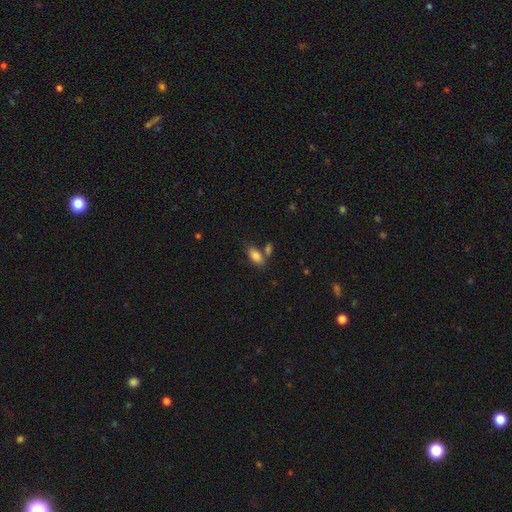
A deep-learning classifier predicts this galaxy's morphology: This is clearly a smooth galaxy (85%). How rounded: clearly in between (90%). Merging: likely none (61%).